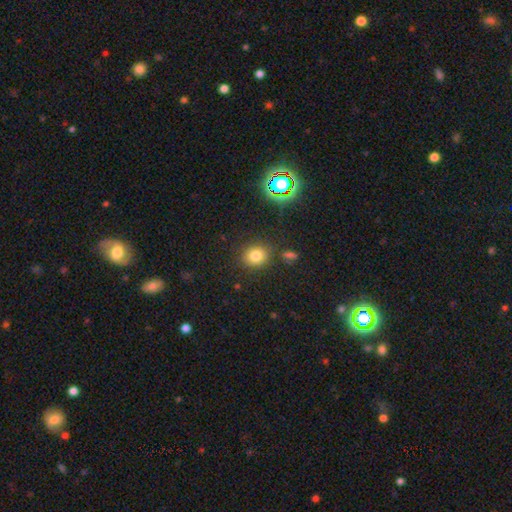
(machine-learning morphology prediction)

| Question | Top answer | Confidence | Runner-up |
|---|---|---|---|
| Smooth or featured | smooth | 77% | star or artifact (16%) |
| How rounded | round | 73% | in between (26%) |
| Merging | none | 84% | minor disturbance (9%) |